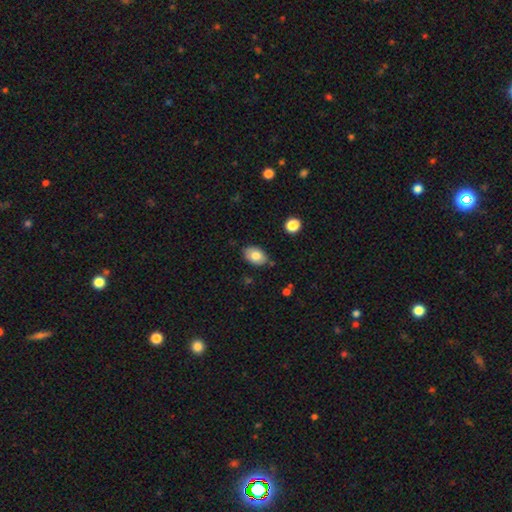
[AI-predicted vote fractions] Smooth or featured: smooth — 76% (featured or disk — 17%)
How rounded: in between — 85% (round — 14%)
Merging: none — 77% (minor disturbance — 17%)